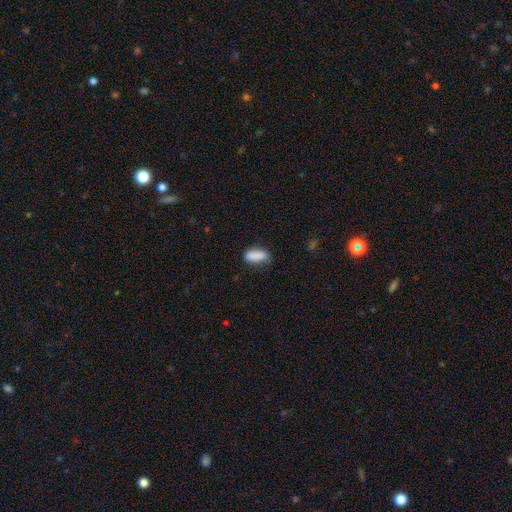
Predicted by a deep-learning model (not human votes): A smooth galaxy with no disk features (87%) that is in between round and cigar-shaped (68%). Merging: none (75%).